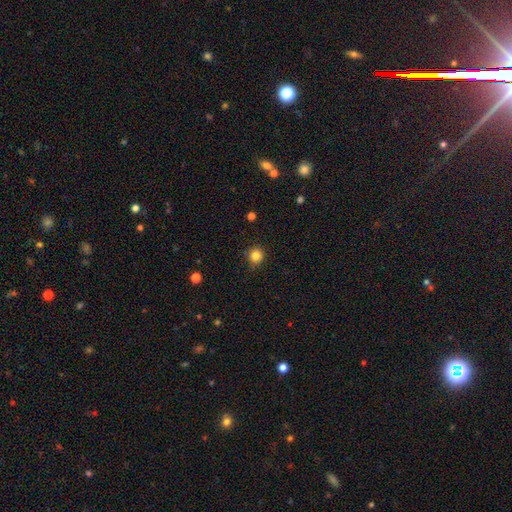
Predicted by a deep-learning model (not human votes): This is clearly a smooth galaxy (83%). How rounded: clearly round (93%). Merging: clearly none (89%).